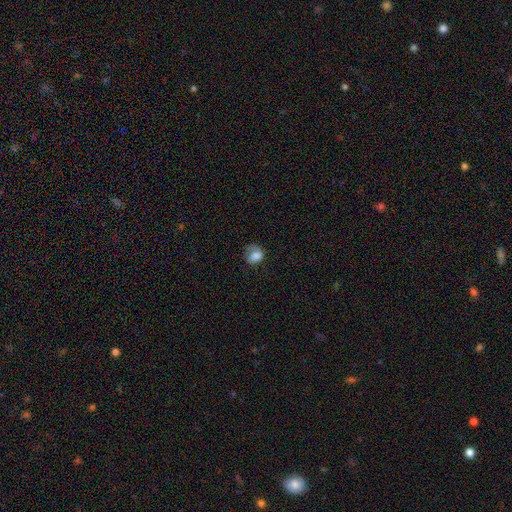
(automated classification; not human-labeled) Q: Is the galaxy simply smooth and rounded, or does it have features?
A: smooth — 76%.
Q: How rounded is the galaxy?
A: in between — 50%.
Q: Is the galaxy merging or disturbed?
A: none — 39%.